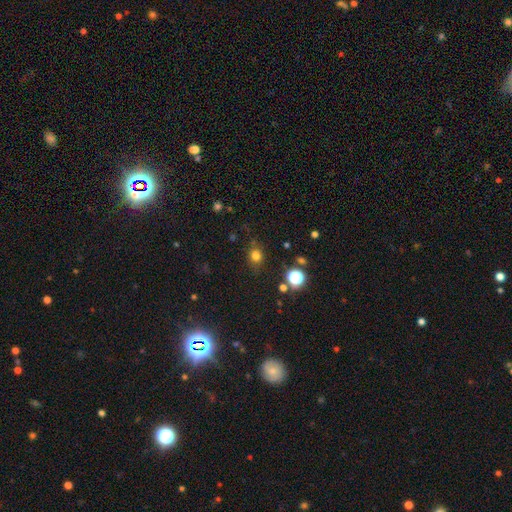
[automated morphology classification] Smooth or featured: smooth — 76% (star or artifact — 18%)
How rounded: round — 77% (in between — 22%)
Merging: none — 79% (minor disturbance — 14%)